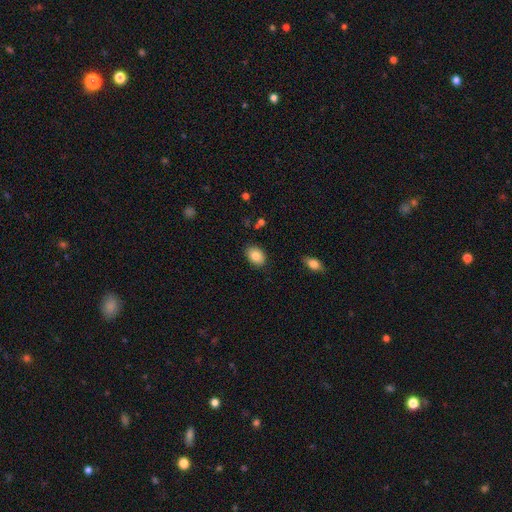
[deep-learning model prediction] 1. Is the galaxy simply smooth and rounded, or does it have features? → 83% smooth, 9% featured or disk, 8% star or artifact.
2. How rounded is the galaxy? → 78% in between, 21% round, 1% cigar-shaped.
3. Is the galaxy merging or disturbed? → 87% none, 10% minor disturbance, 2% major disturbance, 1% merger.